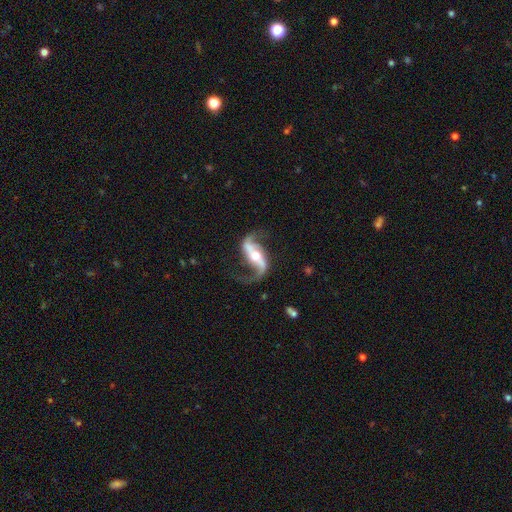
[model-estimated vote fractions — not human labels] smooth-or-featured: featured or disk: 90% | smooth: 5% | star or artifact: 4%
  disk-edge-on: no: 94% | yes: 6%
    bar: strong: 52% | weak: 27% | no: 21%
    has-spiral-arms: yes: 96% | no: 4%
      spiral-winding: loose: 76% | medium: 19% | tight: 5%
      spiral-arm-count: 2: 92% | 1: 4% | can't tell: 1% | 3: 1% | 4: 1% | more than 4: 1%
    bulge-size: moderate: 64% | small: 25% | large: 8% | none: 2% | dominant: 1%
  merging: none: 71% | minor disturbance: 14% | major disturbance: 13% | merger: 3%